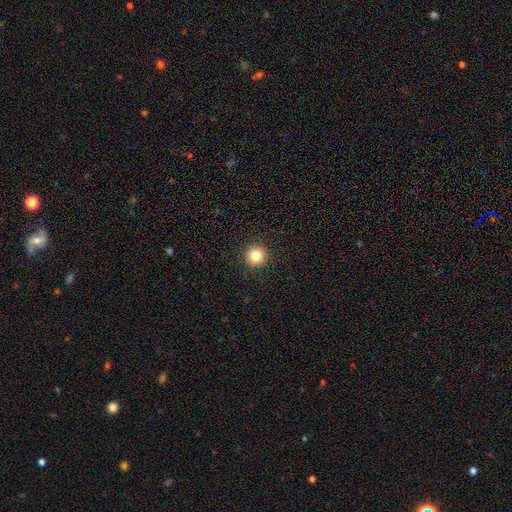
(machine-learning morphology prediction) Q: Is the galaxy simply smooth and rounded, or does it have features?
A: smooth — 83%.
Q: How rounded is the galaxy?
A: round — 95%.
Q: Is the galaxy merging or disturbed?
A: none — 93%.